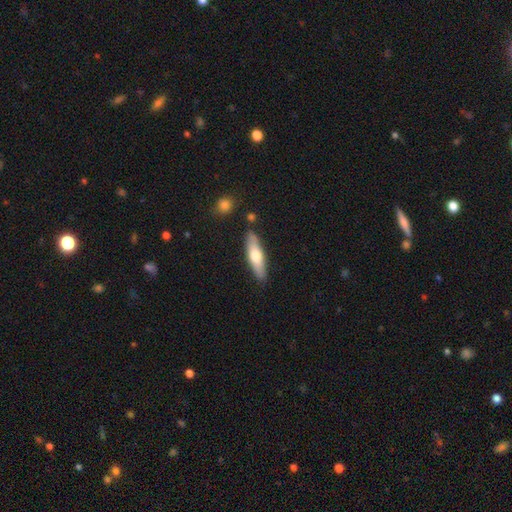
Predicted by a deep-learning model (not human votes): smooth 58%, featured or disk 36%, star or artifact 5%. Down the decision tree: how rounded — cigar-shaped (66%); merging — none (85%).